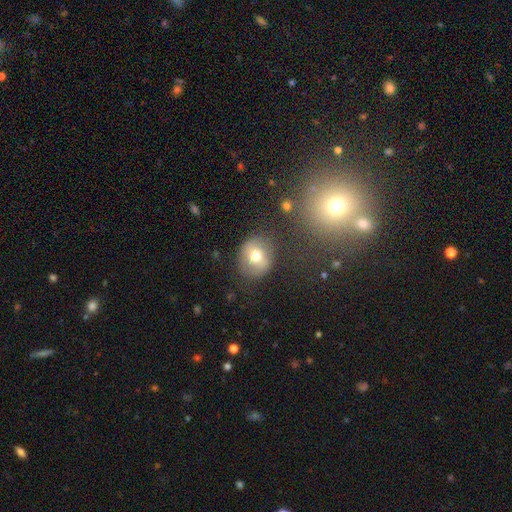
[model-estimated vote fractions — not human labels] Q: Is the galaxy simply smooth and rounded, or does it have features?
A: smooth — 65%.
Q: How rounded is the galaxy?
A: round — 78%.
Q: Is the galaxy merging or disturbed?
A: none — 80%.